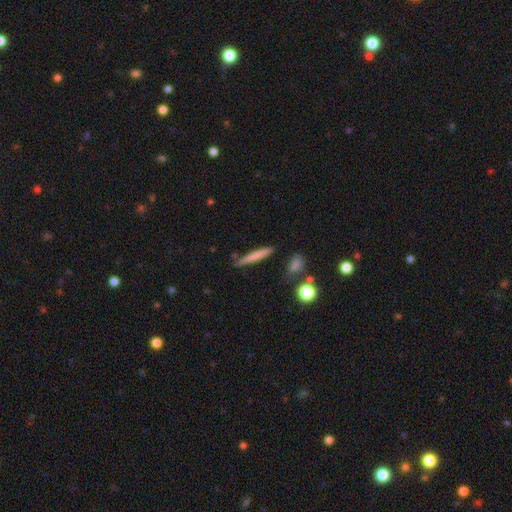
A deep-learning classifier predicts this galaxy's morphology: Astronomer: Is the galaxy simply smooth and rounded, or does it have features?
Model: smooth — 69%.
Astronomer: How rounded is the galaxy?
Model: cigar-shaped — 94%.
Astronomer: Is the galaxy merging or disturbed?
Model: none — 84%.